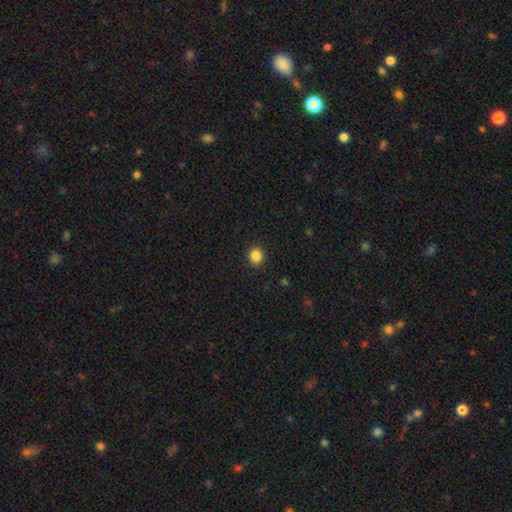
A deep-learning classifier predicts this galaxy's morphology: A smooth galaxy with no disk features (85%) that is round (80%).

Vote fractions:
- Smooth or featured? smooth: 85% / star or artifact: 11% / featured or disk: 4%
- How rounded? round: 80% / in between: 19% / cigar-shaped: 1%
- Merging? none: 91% / minor disturbance: 6% / major disturbance: 2% / merger: 1%